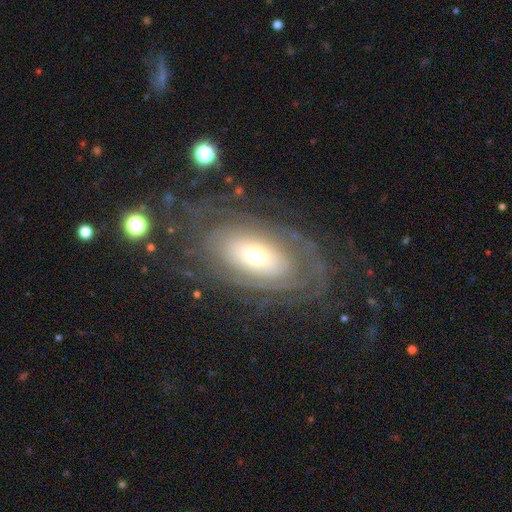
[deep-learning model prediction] smooth-or-featured: featured or disk: 74% | smooth: 19% | star or artifact: 7%
  disk-edge-on: no: 92% | yes: 8%
    bar: no: 79% | weak: 14% | strong: 7%
    has-spiral-arms: yes: 72% | no: 28%
    bulge-size: moderate: 48% | small: 38% | large: 10% | dominant: 2% | none: 1%
  merging: none: 71% | minor disturbance: 15% | major disturbance: 12% | merger: 2%